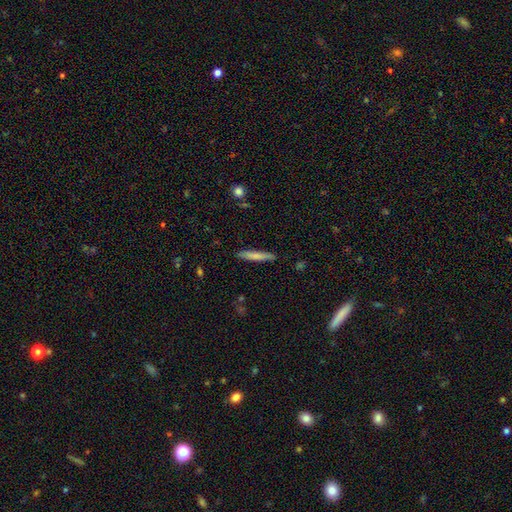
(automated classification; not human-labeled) This is likely a smooth galaxy (75%). How rounded: clearly cigar-shaped (93%). Merging: clearly none (88%).